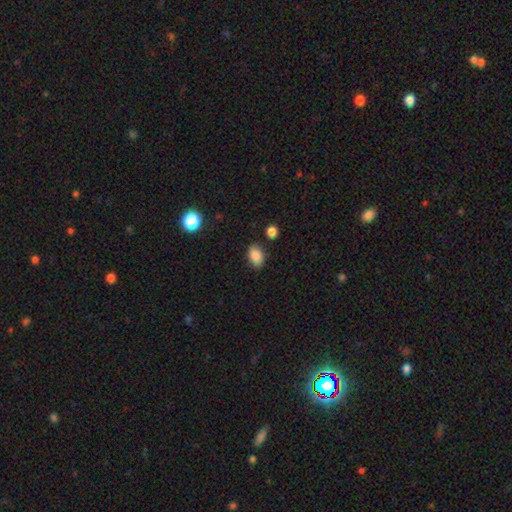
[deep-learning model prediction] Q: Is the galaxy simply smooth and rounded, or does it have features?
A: smooth — 86%.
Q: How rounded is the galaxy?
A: in between — 83%.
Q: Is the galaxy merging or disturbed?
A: none — 81%.